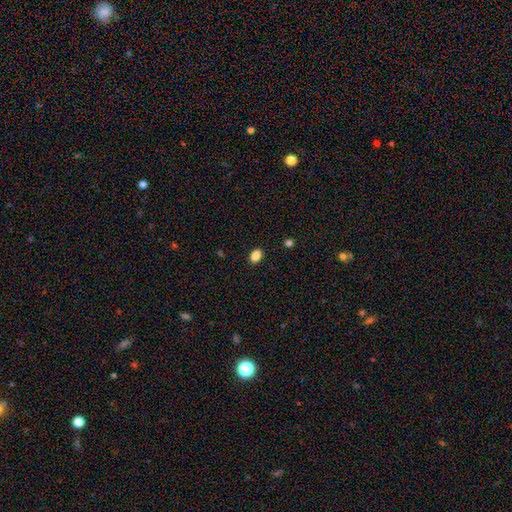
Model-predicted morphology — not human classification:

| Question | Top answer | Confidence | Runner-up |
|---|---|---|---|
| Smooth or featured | smooth | 86% | star or artifact (10%) |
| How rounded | in between | 78% | round (21%) |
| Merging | none | 89% | minor disturbance (8%) |